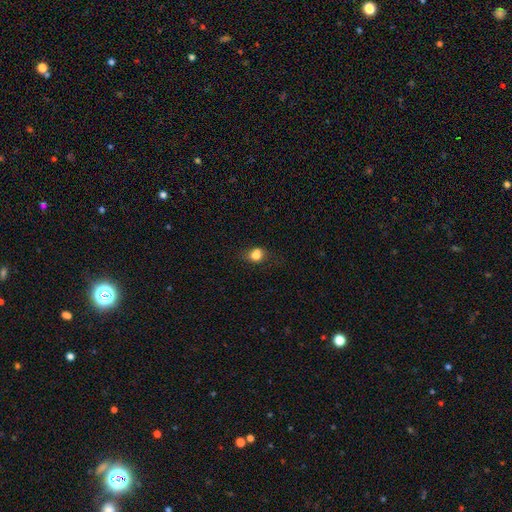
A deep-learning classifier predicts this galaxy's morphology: Smooth or featured: smooth — 77% (star or artifact — 12%)
How rounded: round — 59% (in between — 40%)
Merging: none — 50% (minor disturbance — 23%)